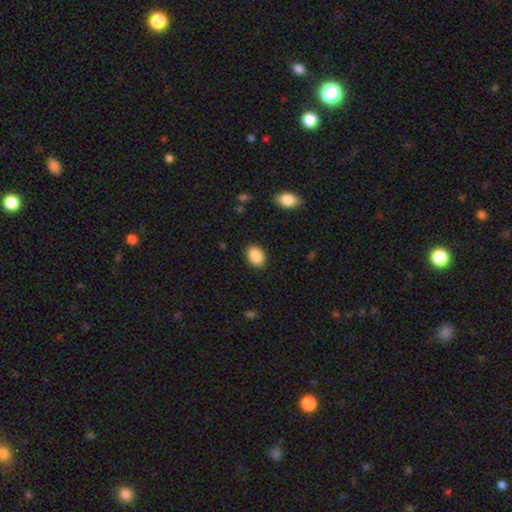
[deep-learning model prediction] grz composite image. It shows a smooth galaxy with no disk features (89%) that is in between round and cigar-shaped (75%). Merging: none (88%).